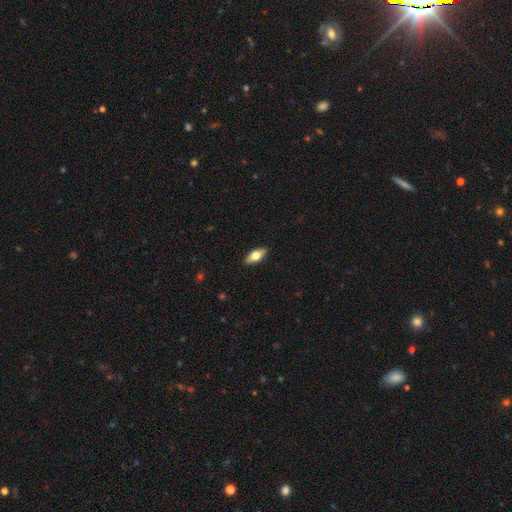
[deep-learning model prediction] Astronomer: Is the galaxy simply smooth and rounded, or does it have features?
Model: smooth — 66%.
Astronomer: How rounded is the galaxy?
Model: in between — 83%.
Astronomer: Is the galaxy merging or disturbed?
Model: none — 89%.